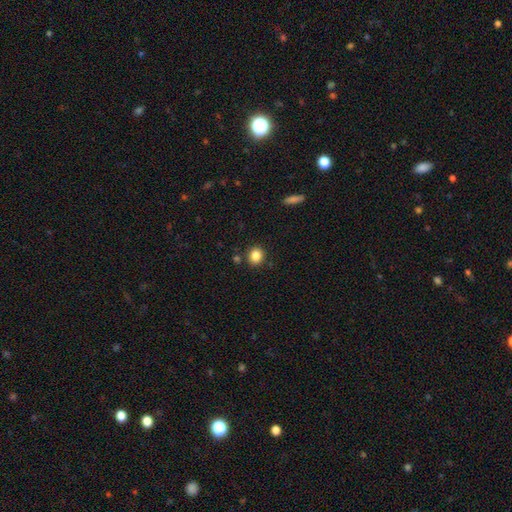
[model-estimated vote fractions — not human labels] Q: Smooth or featured?
A: smooth (84%); runner-up: star or artifact (11%)
Q: How rounded?
A: round (77%); runner-up: in between (22%)
Q: Merging?
A: none (87%); runner-up: minor disturbance (7%)